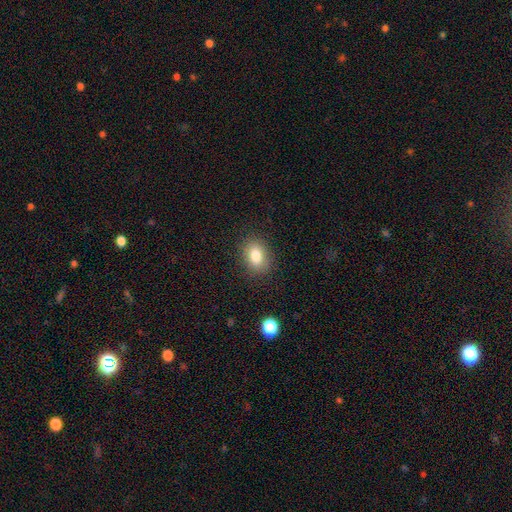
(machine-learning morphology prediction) Smooth or featured? smooth (83%)
How rounded? in between (77%)
Merging? none (86%)